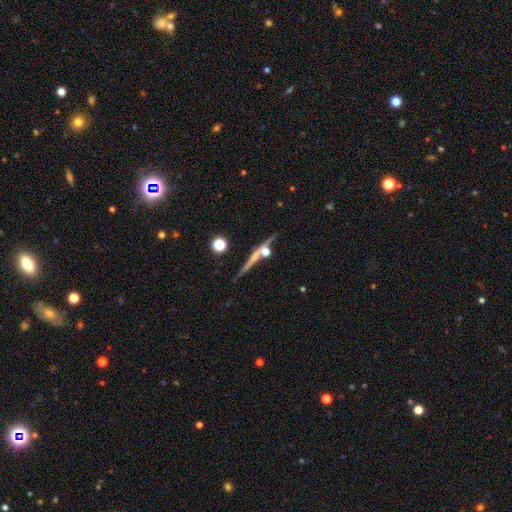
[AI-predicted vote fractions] A featured or disk galaxy (69%) viewed edge-on (95%) with a rounded central bulge (63%).

Vote fractions:
- Smooth or featured? featured or disk: 69% / smooth: 21% / star or artifact: 9%
- Edge-on disk? yes: 95% / no: 5%
- Edge-on bulge? rounded: 63% / none: 30% / boxy: 8%
- Merging? none: 76% / merger: 11% / minor disturbance: 10% / major disturbance: 3%